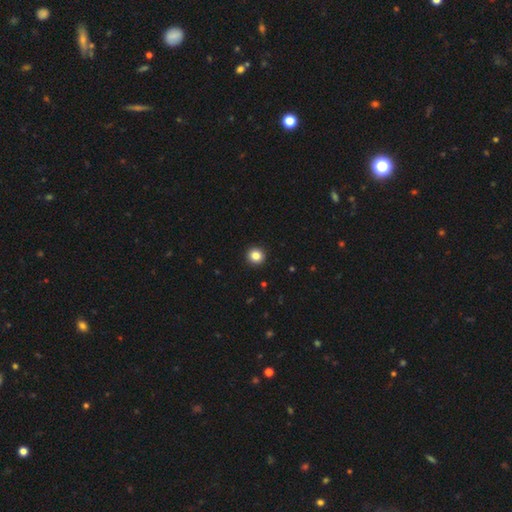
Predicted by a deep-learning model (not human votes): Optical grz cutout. It shows a smooth galaxy with no disk features (85%) that is round (93%). Merging: none (94%).